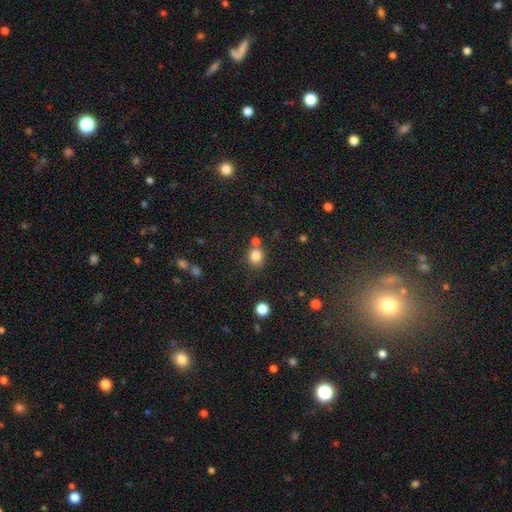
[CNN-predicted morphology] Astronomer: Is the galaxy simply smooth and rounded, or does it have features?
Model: smooth — 82%.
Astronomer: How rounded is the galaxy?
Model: round — 78%.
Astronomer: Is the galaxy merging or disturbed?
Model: none — 64%.